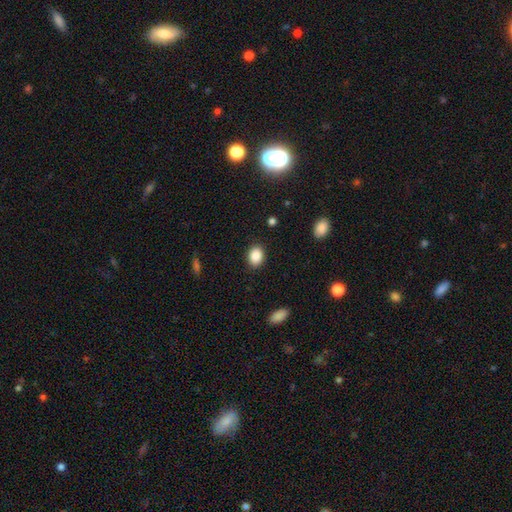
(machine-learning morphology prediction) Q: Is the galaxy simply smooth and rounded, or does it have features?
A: smooth — 87%.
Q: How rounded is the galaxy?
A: in between — 60%.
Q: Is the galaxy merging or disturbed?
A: none — 88%.